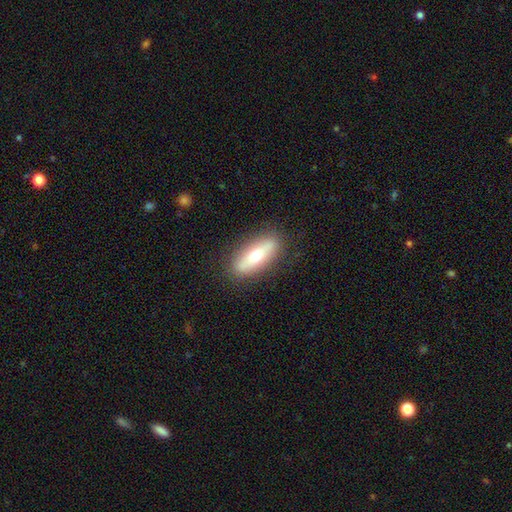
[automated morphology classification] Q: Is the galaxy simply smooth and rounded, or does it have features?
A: smooth — 55%.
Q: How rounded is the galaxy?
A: in between — 58%.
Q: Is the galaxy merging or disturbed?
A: none — 87%.